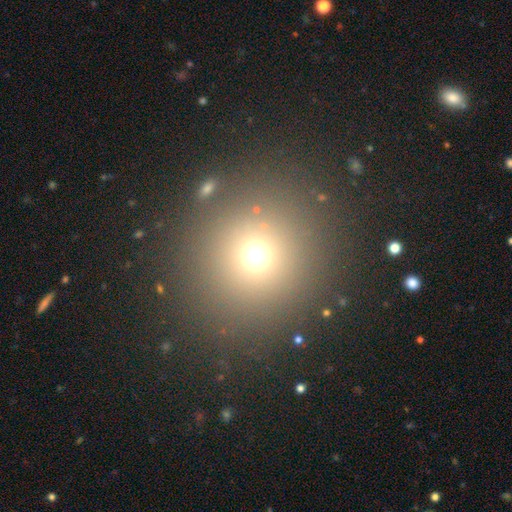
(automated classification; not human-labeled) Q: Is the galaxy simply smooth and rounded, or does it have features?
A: smooth — 67%.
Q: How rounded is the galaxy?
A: round — 93%.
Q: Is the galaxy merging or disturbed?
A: none — 86%.